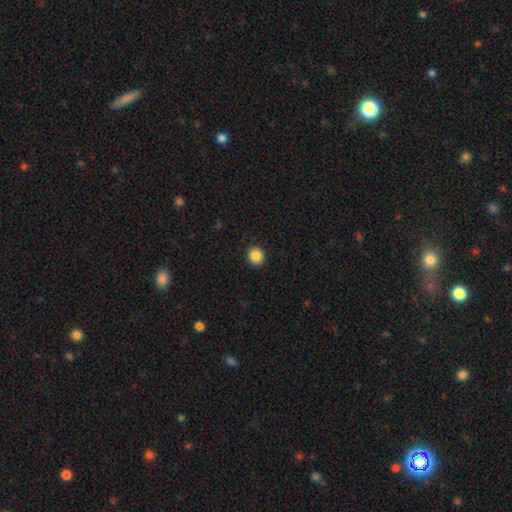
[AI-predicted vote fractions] Smooth or featured: smooth — 86% (star or artifact — 10%)
How rounded: round — 83% (in between — 16%)
Merging: none — 92% (minor disturbance — 6%)